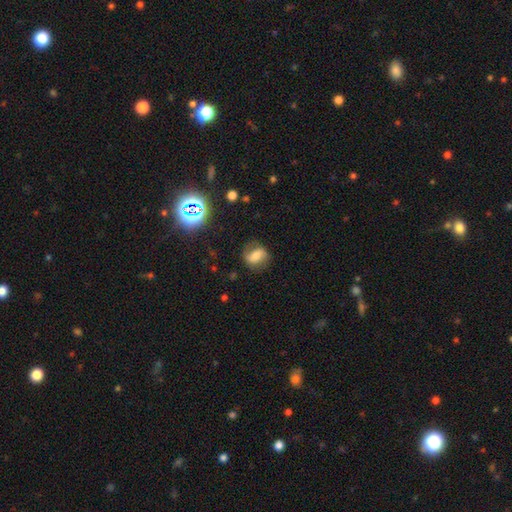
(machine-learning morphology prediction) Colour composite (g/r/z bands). It shows a smooth galaxy with no disk features (49%). Merging: none (76%).